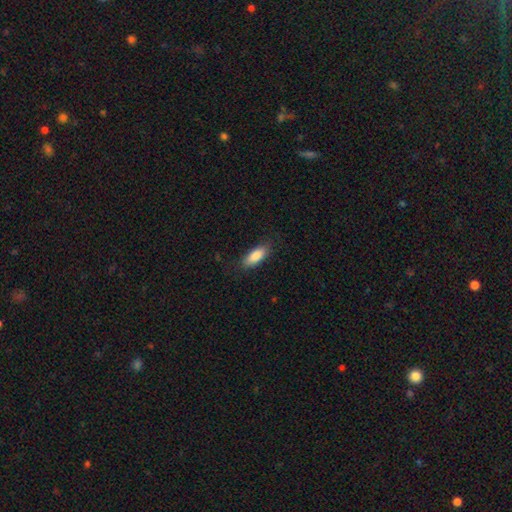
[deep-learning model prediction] smooth-or-featured: smooth: 87% | featured or disk: 7% | star or artifact: 6%
  how-rounded: in between: 77% | cigar-shaped: 21% | round: 2%
  merging: none: 82% | minor disturbance: 14% | major disturbance: 3% | merger: 1%